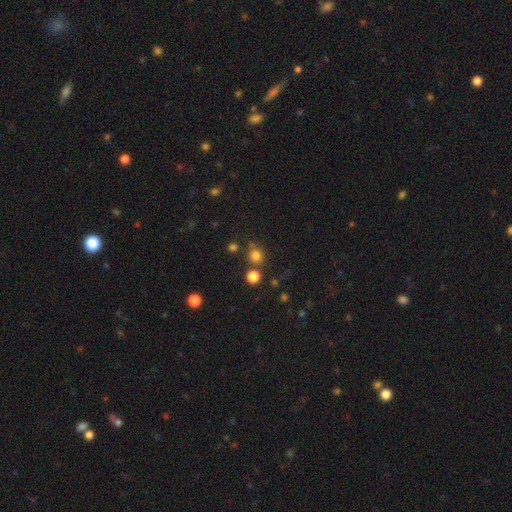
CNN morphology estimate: Overall: smooth (78%). How rounded: round (90%). Merging: none (73%).